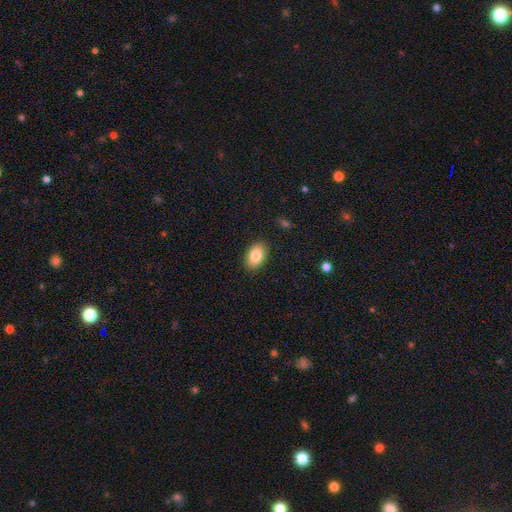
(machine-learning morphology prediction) Smooth or featured? Predicted: smooth (p=0.84). How rounded? Predicted: in between (p=0.90). Merging? Predicted: none (p=0.88).